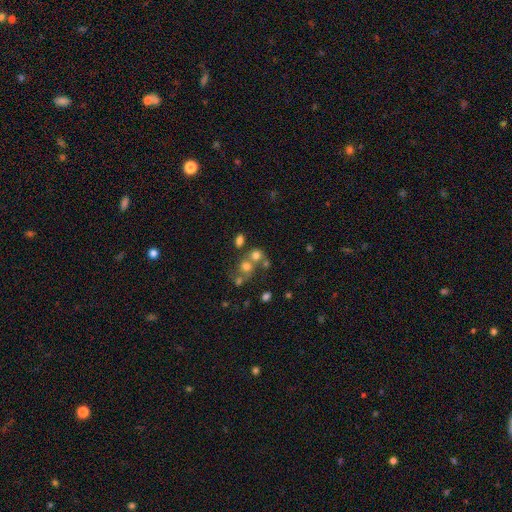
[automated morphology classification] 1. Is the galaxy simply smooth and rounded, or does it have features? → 67% smooth, 18% star or artifact, 15% featured or disk.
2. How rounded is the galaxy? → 76% round, 23% in between, 1% cigar-shaped.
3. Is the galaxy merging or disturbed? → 47% none, 39% merger, 9% minor disturbance, 5% major disturbance.